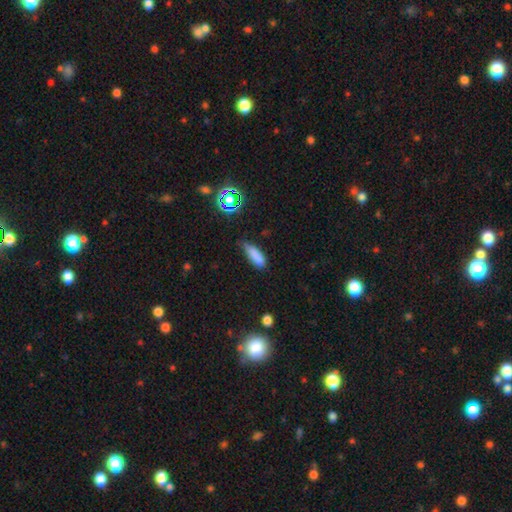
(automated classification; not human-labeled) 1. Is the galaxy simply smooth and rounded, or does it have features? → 82% smooth, 11% star or artifact, 7% featured or disk.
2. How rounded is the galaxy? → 58% in between, 39% cigar-shaped, 3% round.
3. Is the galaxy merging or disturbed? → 53% none, 36% minor disturbance, 8% major disturbance, 3% merger.